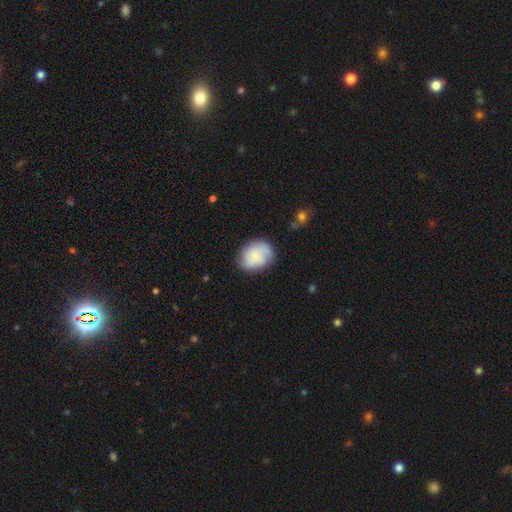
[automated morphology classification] Q: Smooth or featured?
A: smooth (61%); runner-up: featured or disk (32%)
Q: How rounded?
A: round (54%); runner-up: in between (46%)
Q: Merging?
A: none (68%); runner-up: minor disturbance (22%)